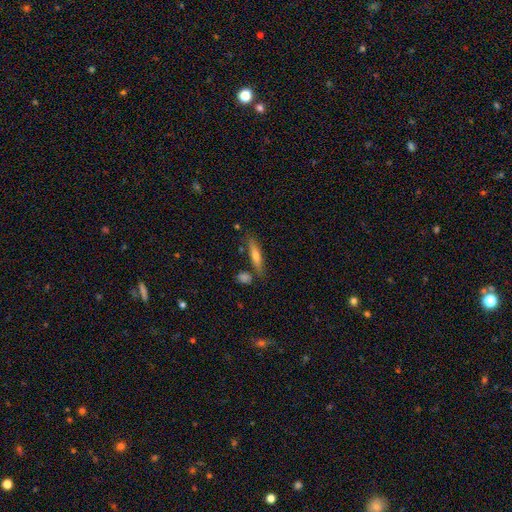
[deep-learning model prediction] A smooth galaxy with no disk features (56%) that is cigar-shaped (79%). Merging: none (75%).